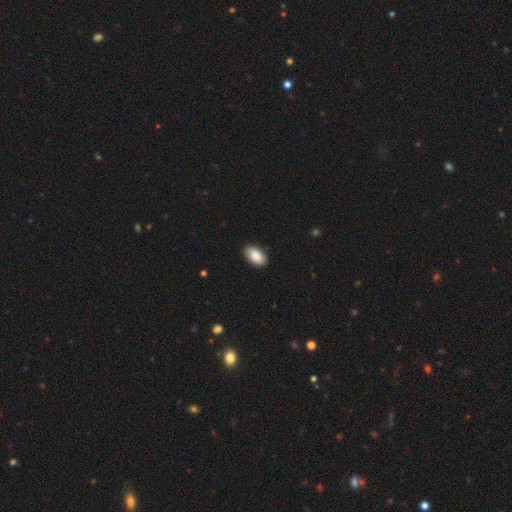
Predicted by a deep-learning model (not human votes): A smooth galaxy with no disk features (90%) that is in between round and cigar-shaped (95%). Merging: none (88%).